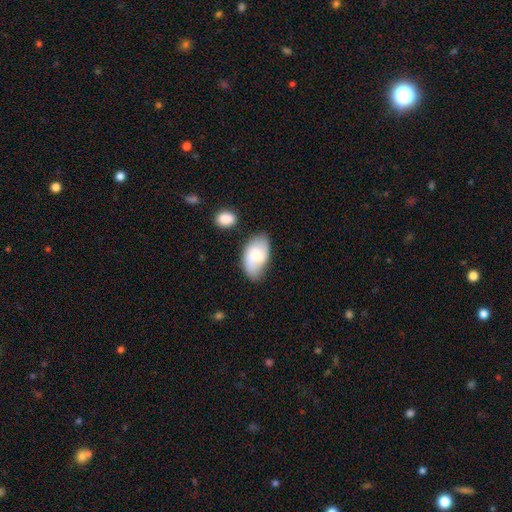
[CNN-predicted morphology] smooth 61%, featured or disk 33%, star or artifact 7%. Down the decision tree: how rounded — in between (94%); merging — none (67%).